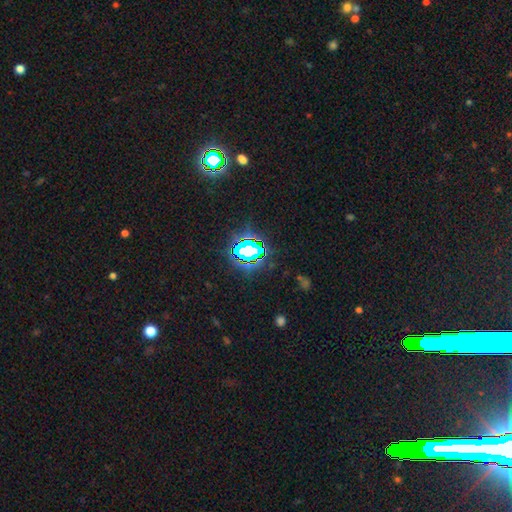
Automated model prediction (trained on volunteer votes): A star or artifact, not a galaxy (72%).